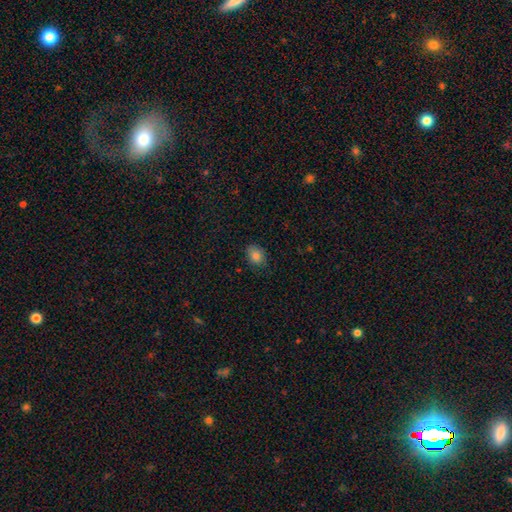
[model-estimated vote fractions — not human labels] smooth 84%, star or artifact 10%, featured or disk 6%. Down the decision tree: how rounded — in between (69%); merging — none (80%).